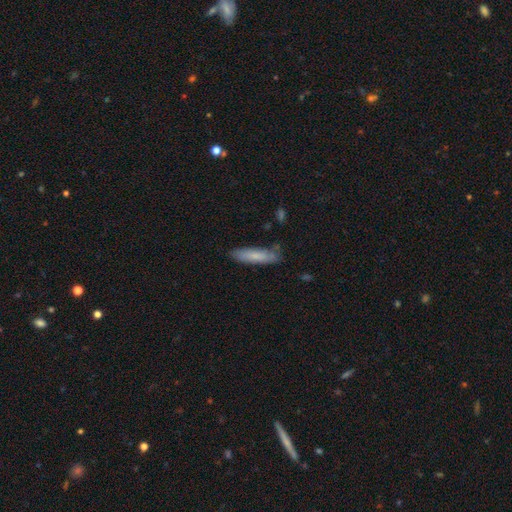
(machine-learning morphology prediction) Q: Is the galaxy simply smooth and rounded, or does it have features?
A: smooth — 76%.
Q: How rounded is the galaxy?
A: cigar-shaped — 73%.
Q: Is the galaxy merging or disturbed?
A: none — 77%.